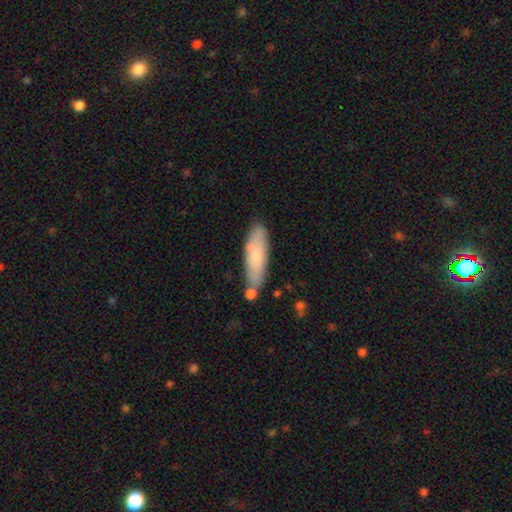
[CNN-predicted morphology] smooth_or_featured: smooth (p=0.72) [alt: featured or disk p=0.22]
how_rounded: cigar-shaped (p=0.58) [alt: in between p=0.40]
merging: none (p=0.70) [alt: minor disturbance p=0.18]